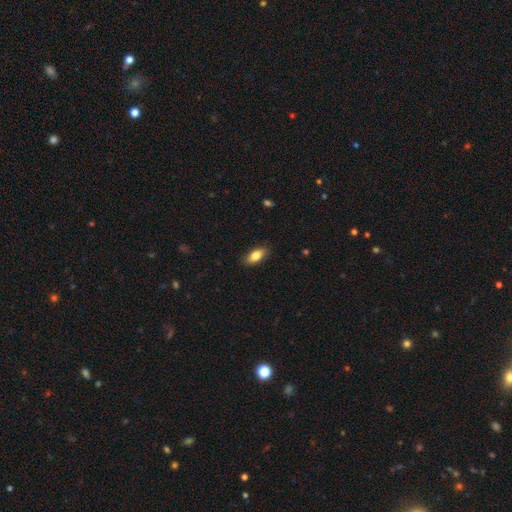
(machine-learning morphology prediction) smooth_or_featured: smooth (p=0.82) [alt: featured or disk p=0.11]
how_rounded: in between (p=0.87) [alt: cigar-shaped p=0.09]
merging: none (p=0.87) [alt: minor disturbance p=0.10]